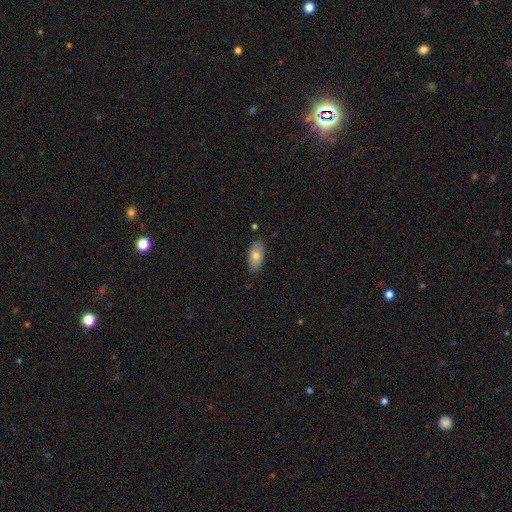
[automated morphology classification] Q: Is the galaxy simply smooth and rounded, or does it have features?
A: smooth — 76%.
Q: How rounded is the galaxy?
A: in between — 91%.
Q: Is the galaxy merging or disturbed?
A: none — 84%.